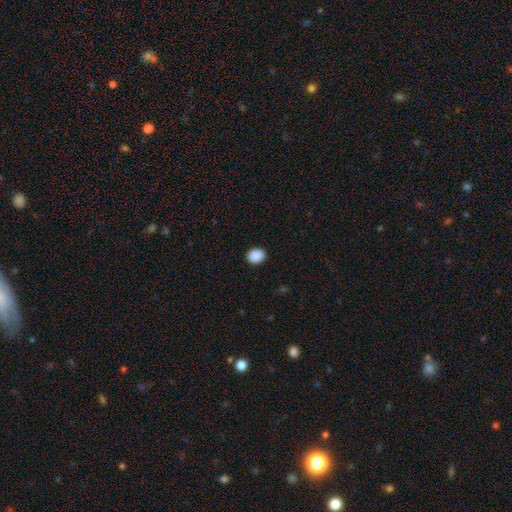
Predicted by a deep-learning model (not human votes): A smooth galaxy with no disk features (90%) that is round (53%).

Vote fractions:
- Smooth or featured? smooth: 90% / star or artifact: 8% / featured or disk: 2%
- How rounded? round: 53% / in between: 46% / cigar-shaped: 1%
- Merging? none: 90% / minor disturbance: 7% / major disturbance: 2% / merger: 1%